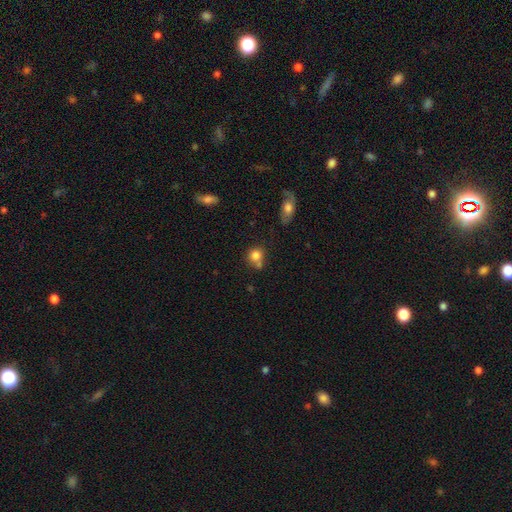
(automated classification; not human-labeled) A smooth galaxy with no disk features (81%) that is round (80%). Merging: none (51%).